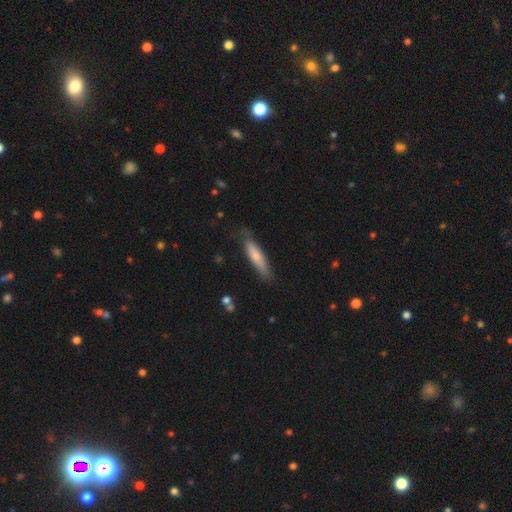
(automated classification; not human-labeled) Q: Smooth or featured?
A: smooth (69%); runner-up: featured or disk (25%)
Q: How rounded?
A: cigar-shaped (78%); runner-up: in between (21%)
Q: Merging?
A: none (70%); runner-up: minor disturbance (23%)